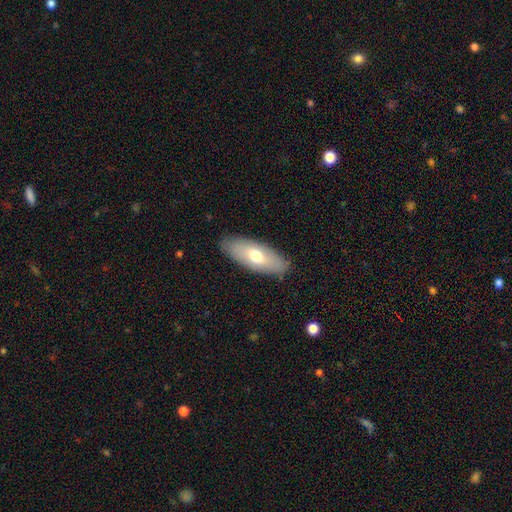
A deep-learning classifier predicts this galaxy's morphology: A smooth galaxy with no disk features (65%) that is in between round and cigar-shaped (80%).

Vote fractions:
- Smooth or featured? smooth: 65% / featured or disk: 30% / star or artifact: 6%
- How rounded? in between: 80% / cigar-shaped: 17% / round: 2%
- Merging? none: 85% / minor disturbance: 11% / major disturbance: 3% / merger: 1%